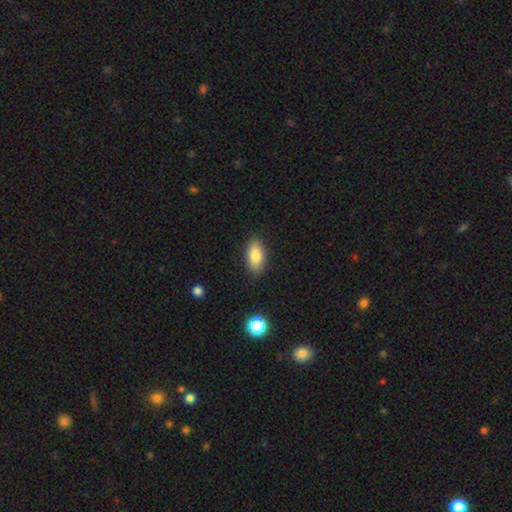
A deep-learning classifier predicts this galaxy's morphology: This is clearly a smooth galaxy (82%). How rounded: clearly in between (89%). Merging: clearly none (87%).